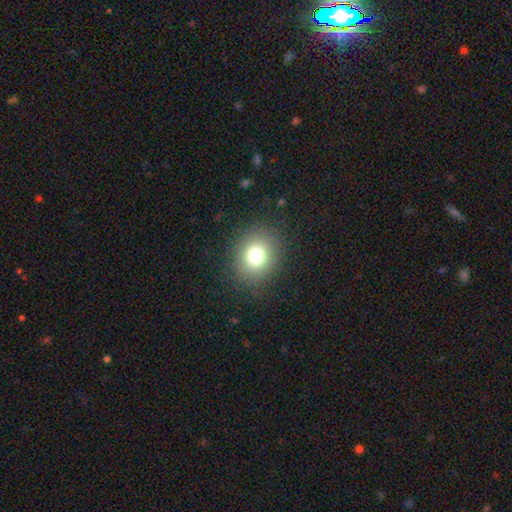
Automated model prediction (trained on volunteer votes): smooth_or_featured: smooth (p=0.76) [alt: star or artifact p=0.14]
how_rounded: round (p=0.71) [alt: in between p=0.28]
merging: none (p=0.88) [alt: minor disturbance p=0.08]